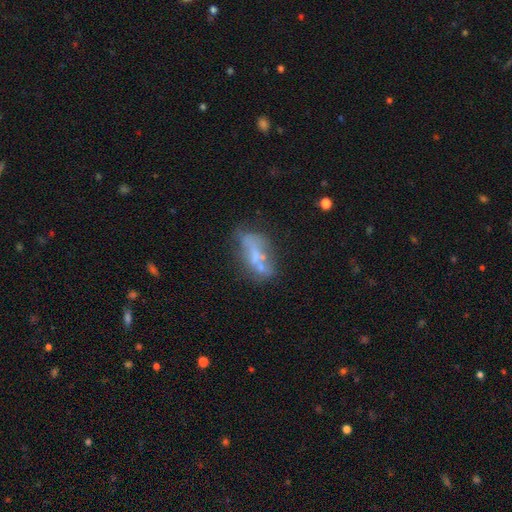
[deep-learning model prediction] smooth-or-featured: featured or disk: 49% | smooth: 38% | star or artifact: 13%
  merging: none: 42% | minor disturbance: 22% | merger: 18% | major disturbance: 17%